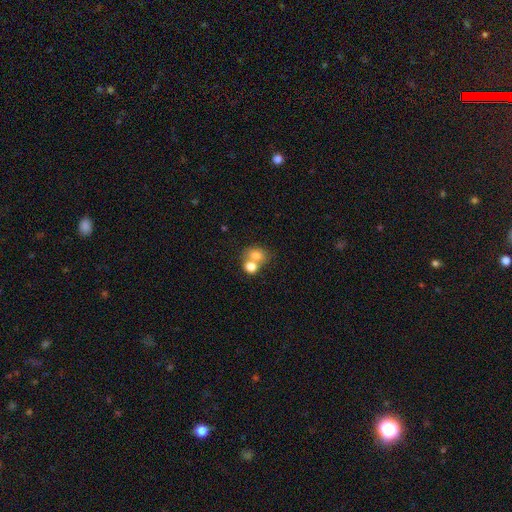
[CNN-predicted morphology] Smooth or featured: smooth — 75% (featured or disk — 14%)
How rounded: round — 57% (in between — 41%)
Merging: merger — 53% (none — 36%)